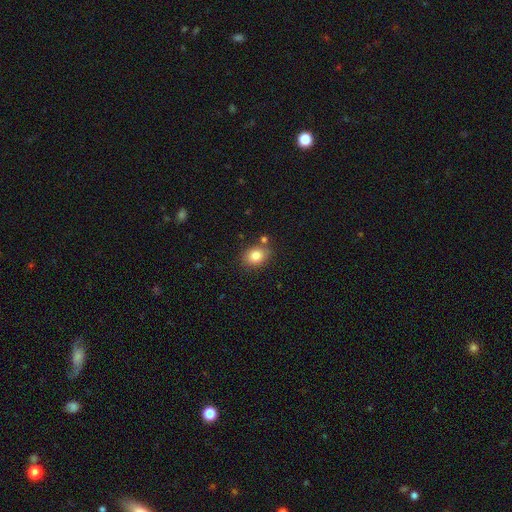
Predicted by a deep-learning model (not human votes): A smooth galaxy with no disk features (83%) that is in between round and cigar-shaped (59%). Merging: none (77%).